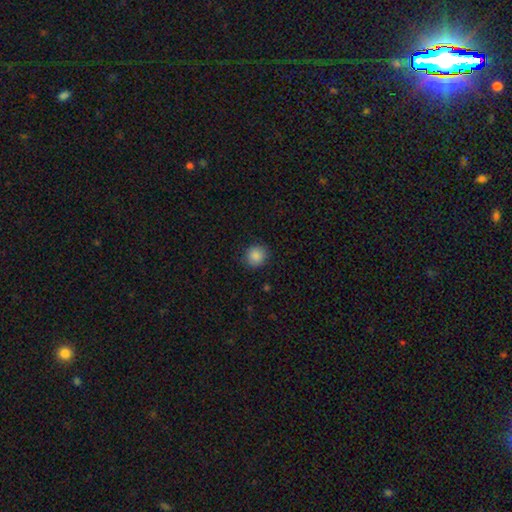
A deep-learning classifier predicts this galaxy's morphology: Overall: smooth (87%). How rounded: round (88%). Merging: none (88%).